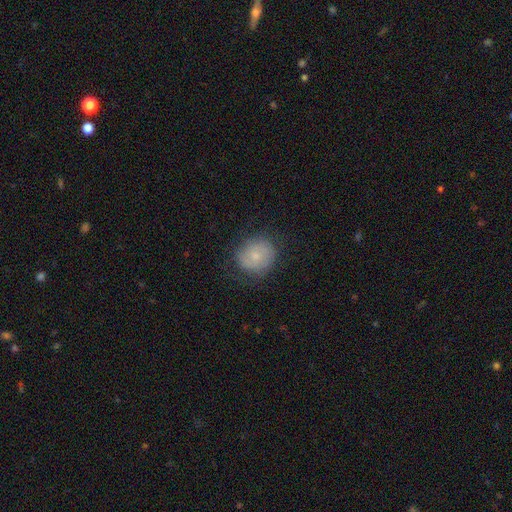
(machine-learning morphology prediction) Smooth or featured? smooth (59%)
How rounded? round (78%)
Merging? none (76%)